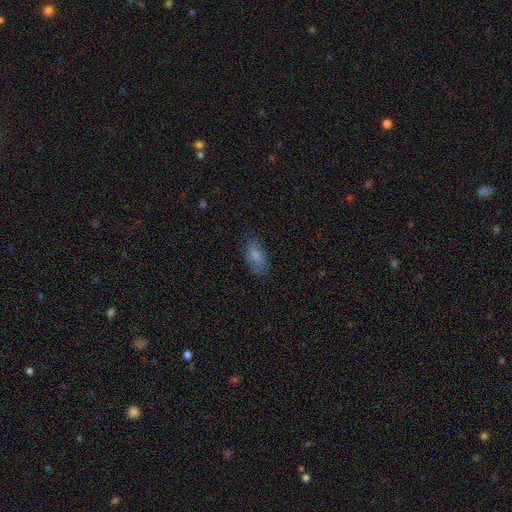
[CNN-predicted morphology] Q: Smooth or featured?
A: smooth (80%); runner-up: featured or disk (12%)
Q: How rounded?
A: in between (87%); runner-up: cigar-shaped (10%)
Q: Merging?
A: none (76%); runner-up: minor disturbance (18%)